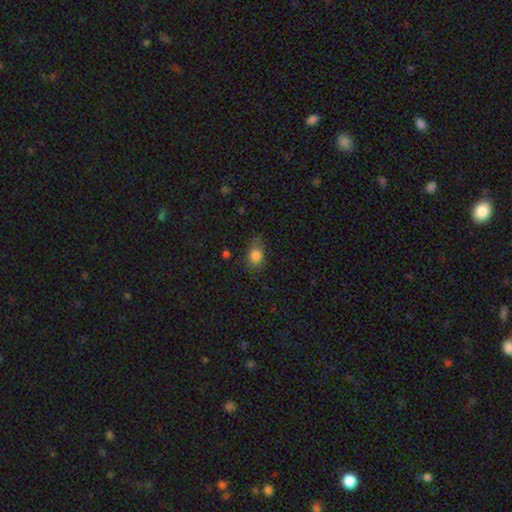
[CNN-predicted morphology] smooth-or-featured: smooth: 83% | star or artifact: 10% | featured or disk: 7%
  how-rounded: in between: 72% | round: 27% | cigar-shaped: 2%
  merging: none: 69% | minor disturbance: 23% | major disturbance: 6% | merger: 2%